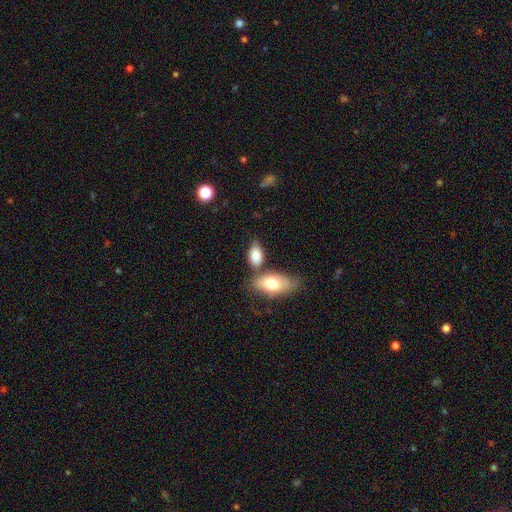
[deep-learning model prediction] A smooth galaxy with no disk features (83%) that is in between round and cigar-shaped (91%).

Vote fractions:
- Smooth or featured? smooth: 83% / featured or disk: 11% / star or artifact: 7%
- How rounded? in between: 91% / round: 6% / cigar-shaped: 3%
- Merging? none: 53% / merger: 25% / minor disturbance: 17% / major disturbance: 6%